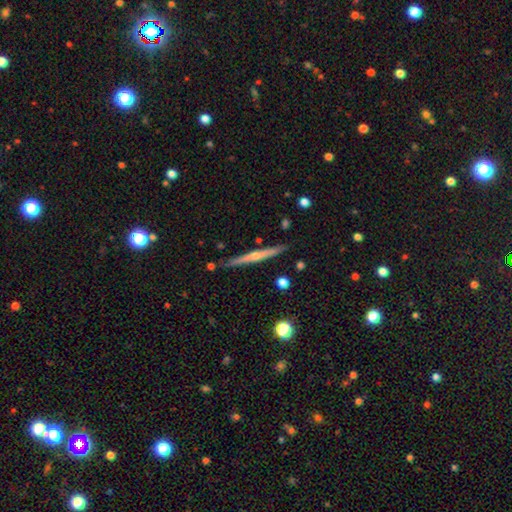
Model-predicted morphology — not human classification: The model was most divided on "smooth or featured": featured or disk: 71%, smooth: 23%, star or artifact: 6%. More confident: edge-on disk — yes (98%); merging — none (88%); edge-on bulge — rounded (77%).